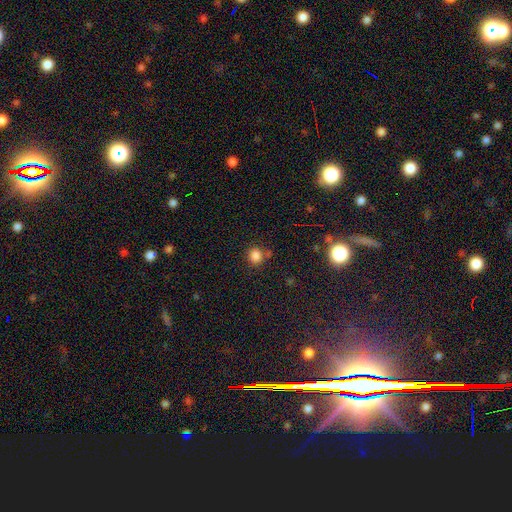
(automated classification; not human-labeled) Morphology: type=smooth (82%); roundness=round (85%); merging=none (74%).